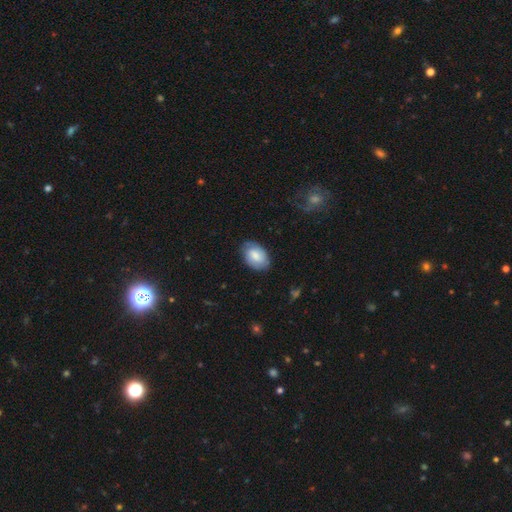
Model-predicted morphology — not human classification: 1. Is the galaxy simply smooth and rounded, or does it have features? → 59% smooth, 33% featured or disk, 7% star or artifact.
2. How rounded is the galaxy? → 87% in between, 12% round, 1% cigar-shaped.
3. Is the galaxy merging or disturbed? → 79% none, 16% minor disturbance, 4% major disturbance, 1% merger.